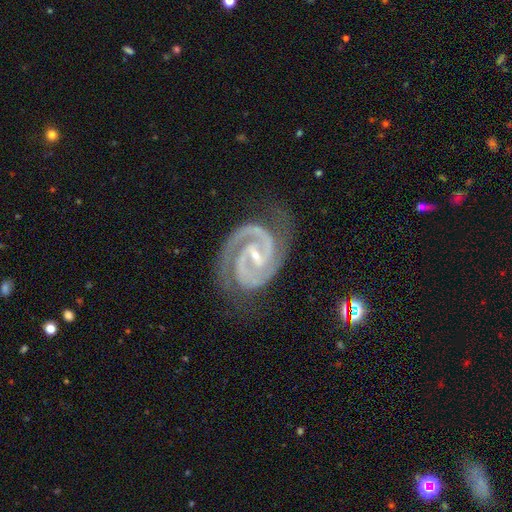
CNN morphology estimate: featured or disk 94%, star or artifact 4%, smooth 2%. Down the decision tree: edge-on disk — no (98%); bar — weak (43%); spiral arms — yes (99%); spiral arm count — 2 (92%); spiral winding — tight (57%); bulge size — small (74%); merging — none (74%).